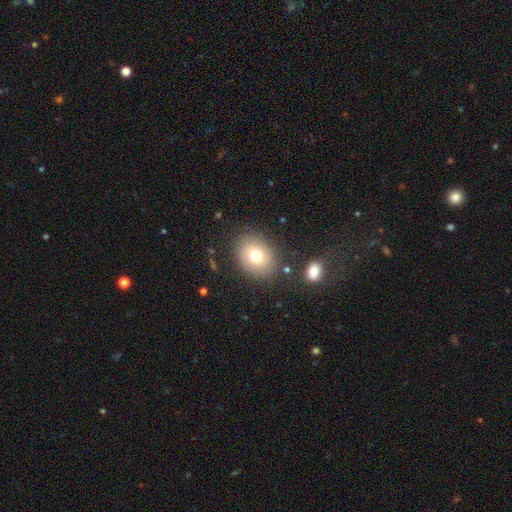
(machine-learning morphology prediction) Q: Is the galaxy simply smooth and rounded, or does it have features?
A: smooth — 73%.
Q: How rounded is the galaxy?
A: in between — 51%.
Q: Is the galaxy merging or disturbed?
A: none — 81%.